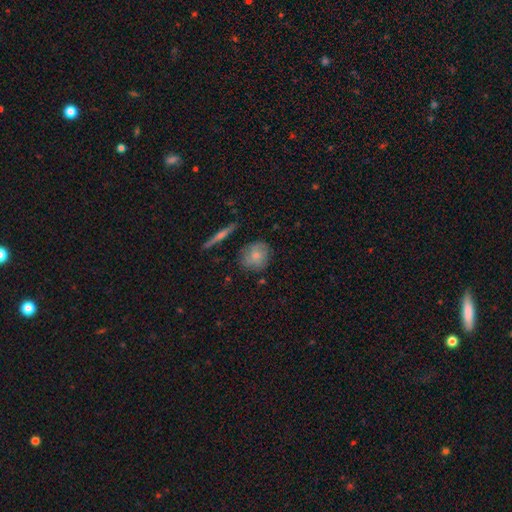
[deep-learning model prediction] Smooth or featured? Predicted: smooth (p=0.73). How rounded? Predicted: round (p=0.73). Merging? Predicted: none (p=0.74).